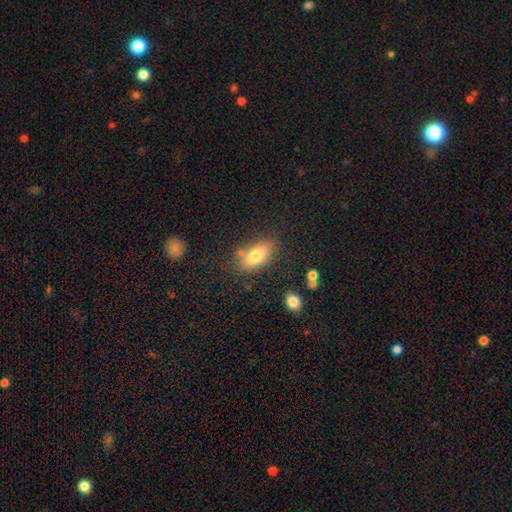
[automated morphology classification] Overall: smooth (75%). How rounded: in between (84%). Merging: none (73%).